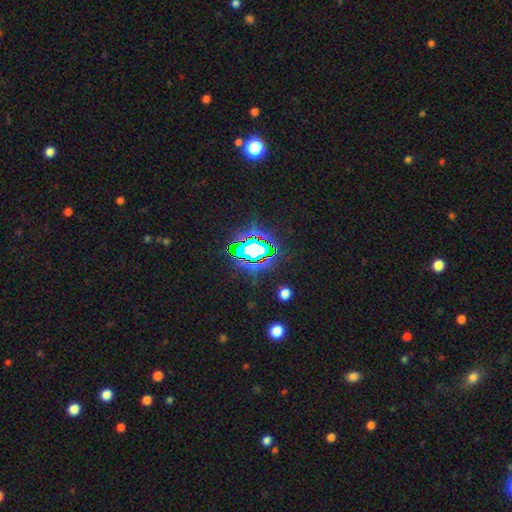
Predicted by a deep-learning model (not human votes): Smooth or featured? star or artifact (75%)